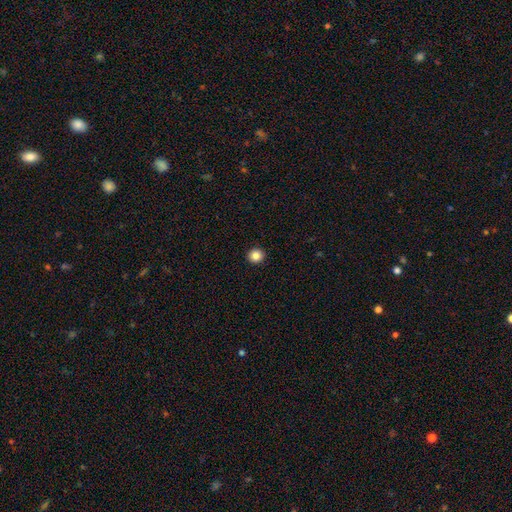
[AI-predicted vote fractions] smooth-or-featured: smooth: 85% | star or artifact: 11% | featured or disk: 4%
  how-rounded: round: 90% | in between: 9% | cigar-shaped: 1%
  merging: none: 93% | minor disturbance: 4% | major disturbance: 1% | merger: 1%